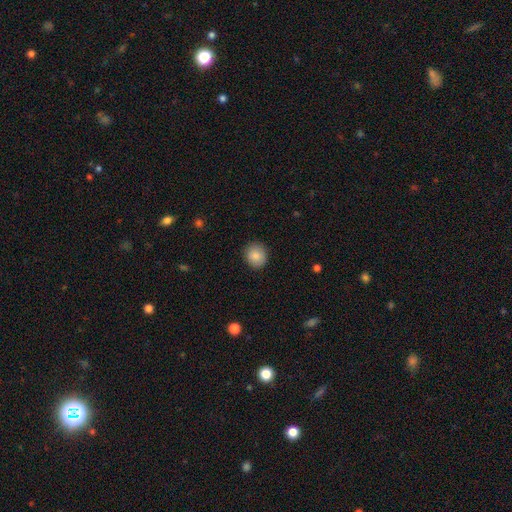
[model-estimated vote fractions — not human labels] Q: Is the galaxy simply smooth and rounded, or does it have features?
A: smooth — 86%.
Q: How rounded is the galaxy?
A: round — 77%.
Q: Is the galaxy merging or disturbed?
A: none — 89%.